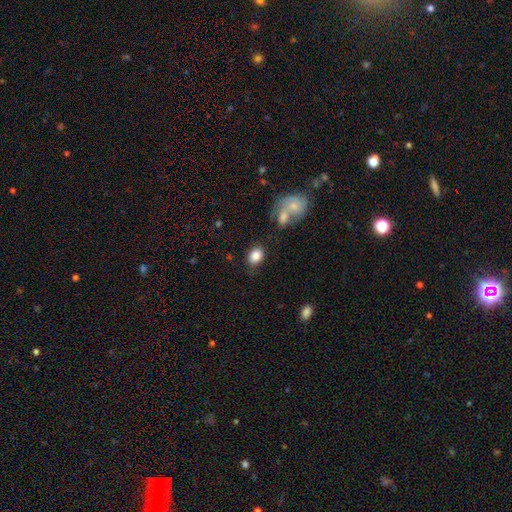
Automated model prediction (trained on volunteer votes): Smooth or featured: smooth — 86% (star or artifact — 8%)
How rounded: in between — 64% (round — 35%)
Merging: none — 76% (minor disturbance — 14%)